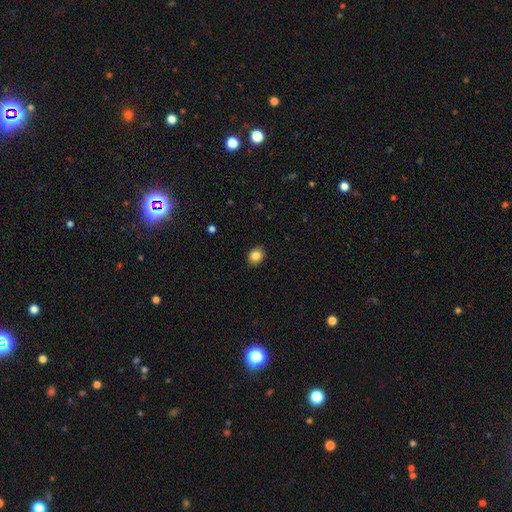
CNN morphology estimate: Overall: smooth (86%). How rounded: in between (52%; round 48%). Merging: none (89%).